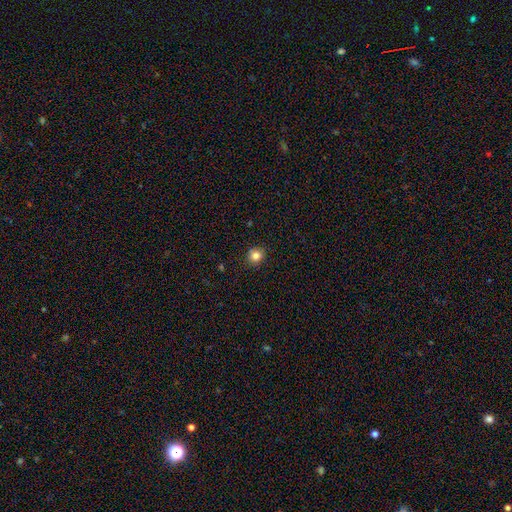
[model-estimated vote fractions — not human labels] Overall: smooth (83%). How rounded: round (88%). Merging: none (91%).